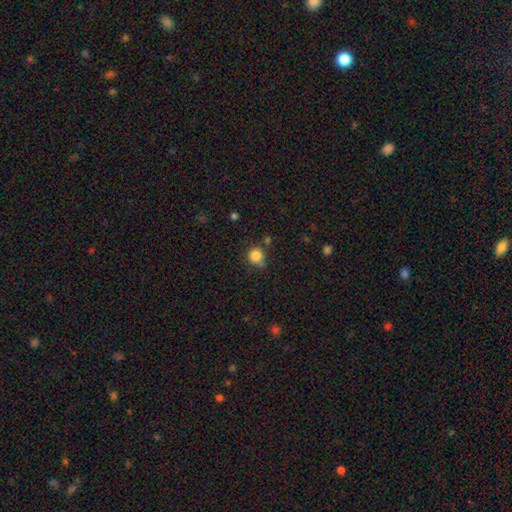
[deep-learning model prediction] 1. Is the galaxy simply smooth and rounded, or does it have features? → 84% smooth, 11% star or artifact, 5% featured or disk.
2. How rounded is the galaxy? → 88% round, 11% in between, 1% cigar-shaped.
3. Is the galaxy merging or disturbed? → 66% none, 21% minor disturbance, 8% merger, 5% major disturbance.